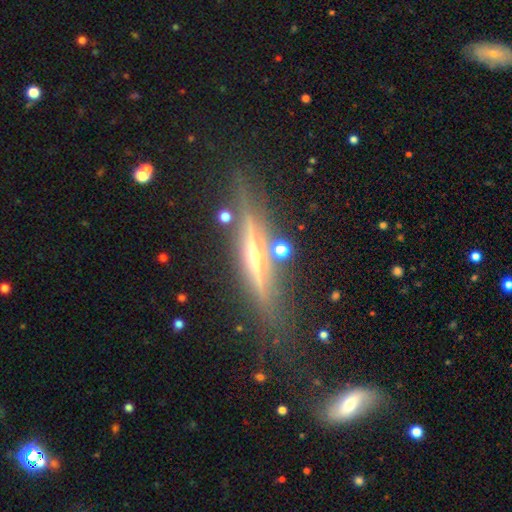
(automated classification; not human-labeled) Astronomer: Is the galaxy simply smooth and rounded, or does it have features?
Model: featured or disk — 78%.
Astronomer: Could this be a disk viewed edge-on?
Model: yes — 95%.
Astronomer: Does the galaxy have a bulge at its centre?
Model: rounded — 80%.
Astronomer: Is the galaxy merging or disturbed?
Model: none — 77%.